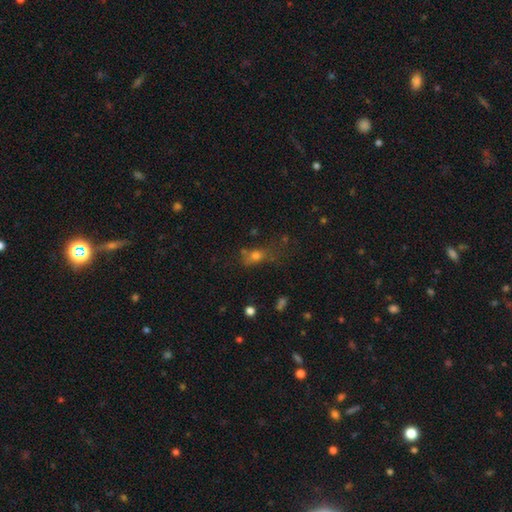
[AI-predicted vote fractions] This appears to be a smooth galaxy with no disk features (64%) that is in between round and cigar-shaped (54%). Merging: none (47%).